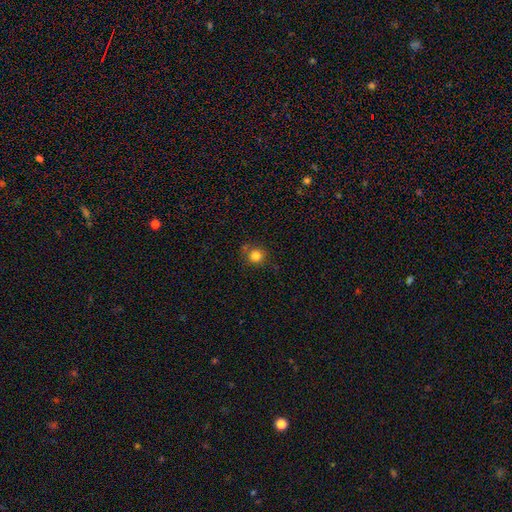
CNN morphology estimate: smooth_or_featured: smooth (p=0.83) [alt: star or artifact p=0.12]
how_rounded: round (p=0.92) [alt: in between p=0.07]
merging: none (p=0.74) [alt: minor disturbance p=0.13]